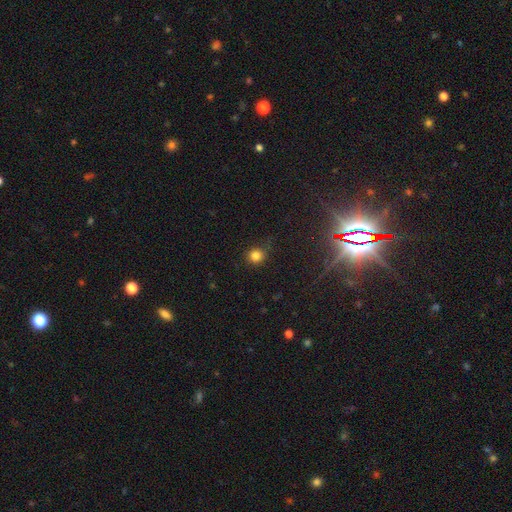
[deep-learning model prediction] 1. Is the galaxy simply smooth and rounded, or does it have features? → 81% smooth, 14% star or artifact, 5% featured or disk.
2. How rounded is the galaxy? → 88% round, 11% in between, 1% cigar-shaped.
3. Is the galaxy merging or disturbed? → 80% none, 14% minor disturbance, 4% major disturbance, 2% merger.